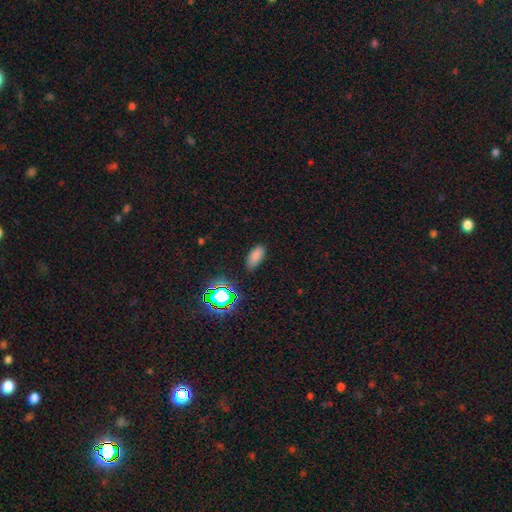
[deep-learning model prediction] Smooth or featured: smooth — 77% (star or artifact — 17%)
How rounded: in between — 89% (cigar-shaped — 7%)
Merging: none — 84% (minor disturbance — 11%)